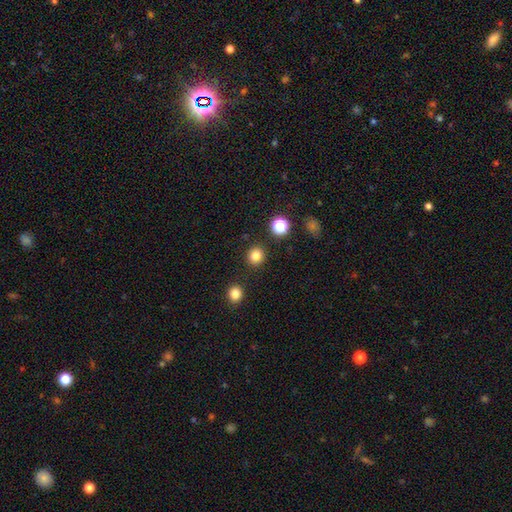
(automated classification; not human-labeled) Smooth or featured? smooth (82%)
How rounded? round (87%)
Merging? none (88%)